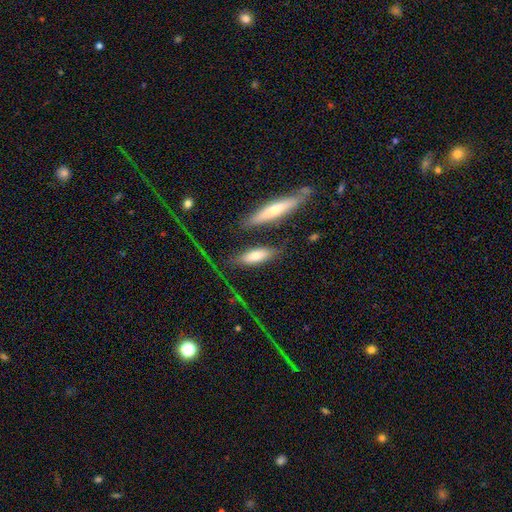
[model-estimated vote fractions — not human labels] The model was most divided on "how rounded": in between: 55%, cigar-shaped: 42%, round: 3%. More confident: smooth or featured — smooth (66%); merging — none (63%).